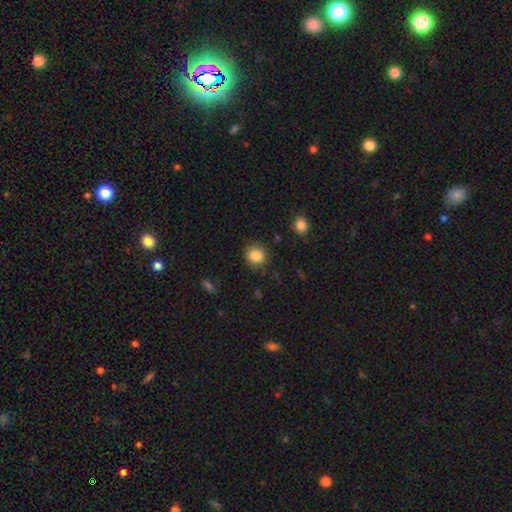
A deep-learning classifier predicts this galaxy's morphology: Smooth or featured? smooth (85%)
How rounded? round (82%)
Merging? none (85%)